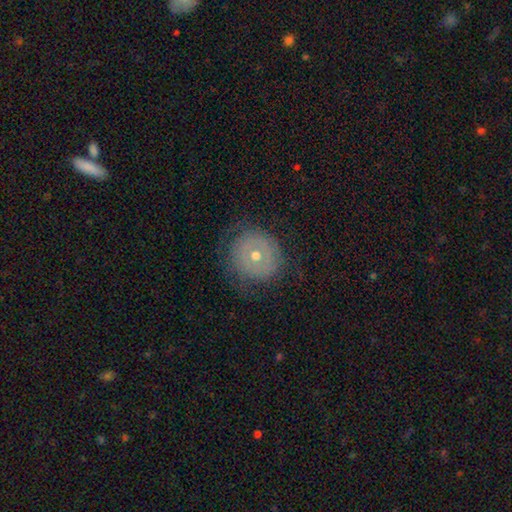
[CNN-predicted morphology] Smooth or featured? Predicted: featured or disk (p=0.50). Merging? Predicted: none (p=0.75).